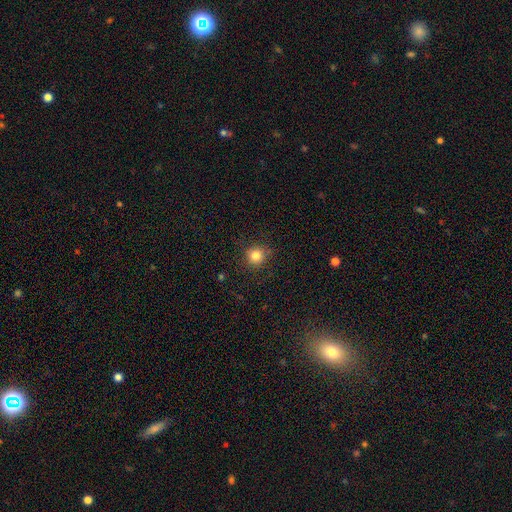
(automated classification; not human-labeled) A smooth galaxy with no disk features (83%) that is round (91%). Merging: none (87%).